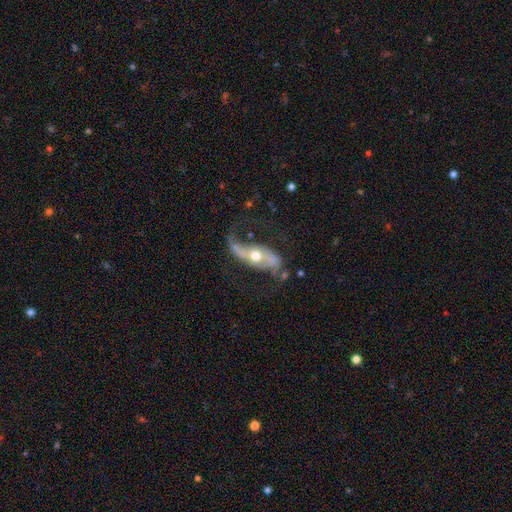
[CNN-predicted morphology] This appears to be a featured or disk galaxy (81%) with no bar (51%), 2 (81%) loose (80%) spiral arms (89%) and a moderate central bulge (73%). Merging: none (51%).